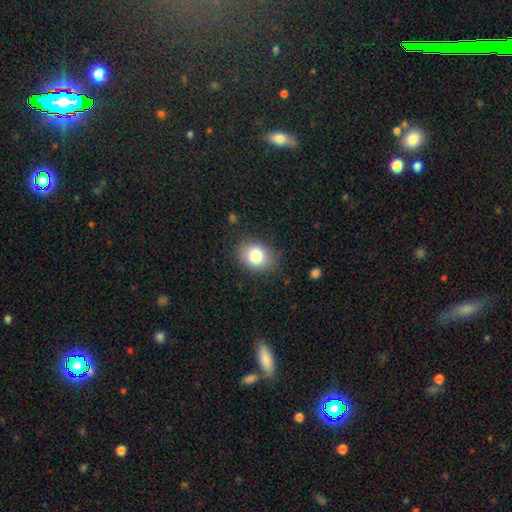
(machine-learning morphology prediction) This is clearly a smooth galaxy (81%). How rounded: possibly in between (53%). Merging: clearly none (84%).